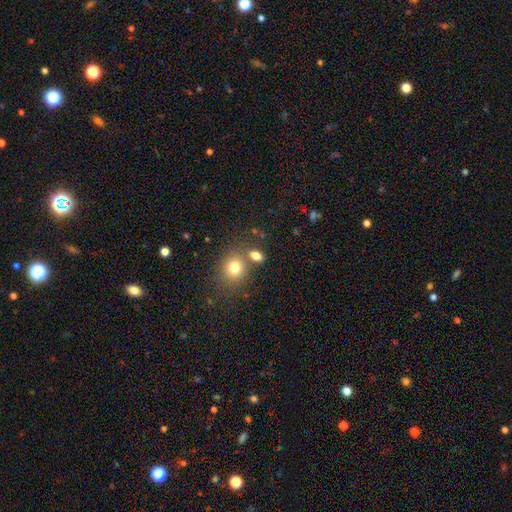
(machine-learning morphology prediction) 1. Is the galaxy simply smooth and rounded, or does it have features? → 78% smooth, 12% star or artifact, 9% featured or disk.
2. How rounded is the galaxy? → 66% in between, 32% round, 2% cigar-shaped.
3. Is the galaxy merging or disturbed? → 58% none, 26% merger, 11% minor disturbance, 4% major disturbance.